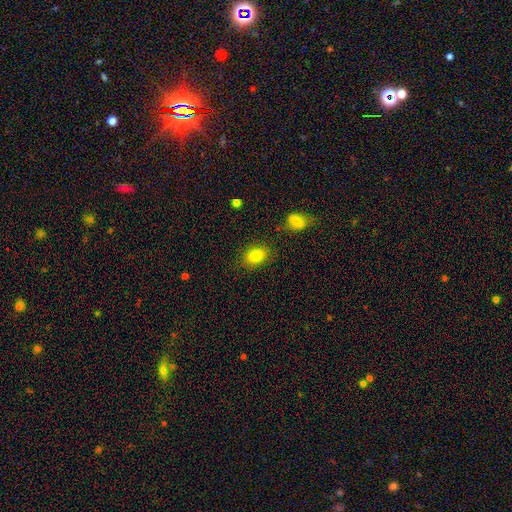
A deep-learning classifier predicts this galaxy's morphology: A smooth galaxy with no disk features (82%) that is in between round and cigar-shaped (77%).

Vote fractions:
- Smooth or featured? smooth: 82% / star or artifact: 9% / featured or disk: 8%
- How rounded? in between: 77% / round: 22% / cigar-shaped: 1%
- Merging? none: 84% / minor disturbance: 11% / major disturbance: 3% / merger: 2%